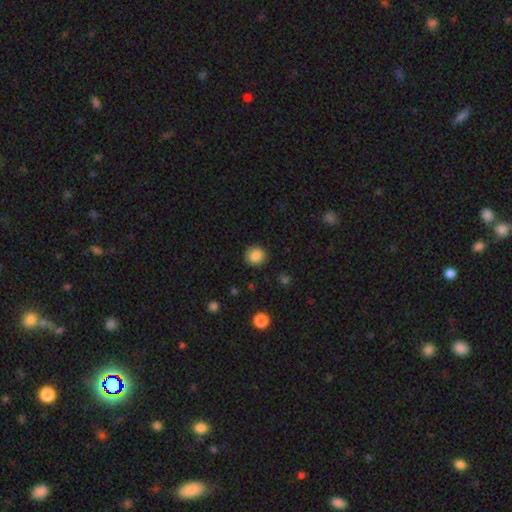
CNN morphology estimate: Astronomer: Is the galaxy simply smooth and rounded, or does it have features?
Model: smooth — 85%.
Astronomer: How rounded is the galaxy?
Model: round — 88%.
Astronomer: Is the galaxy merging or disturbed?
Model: none — 90%.